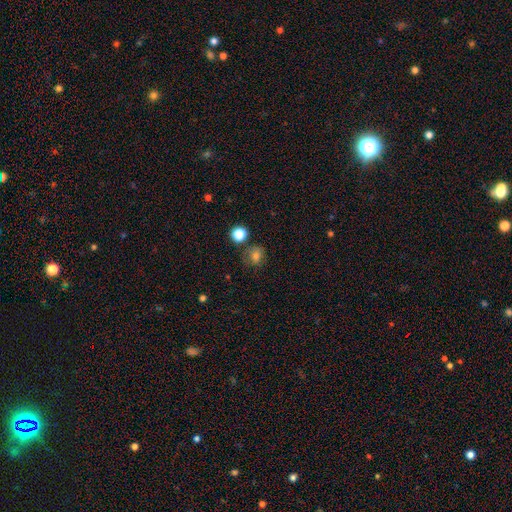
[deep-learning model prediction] smooth-or-featured: smooth: 73% | star or artifact: 16% | featured or disk: 11%
  how-rounded: round: 76% | in between: 23% | cigar-shaped: 1%
  merging: none: 69% | minor disturbance: 18% | major disturbance: 7% | merger: 6%